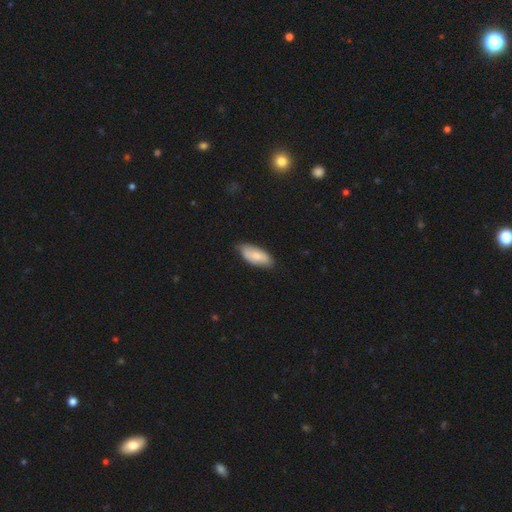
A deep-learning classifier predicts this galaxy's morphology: smooth-or-featured: smooth: 75% | featured or disk: 20% | star or artifact: 5%
  how-rounded: in between: 86% | cigar-shaped: 12% | round: 2%
  merging: none: 76% | minor disturbance: 20% | major disturbance: 3% | merger: 1%